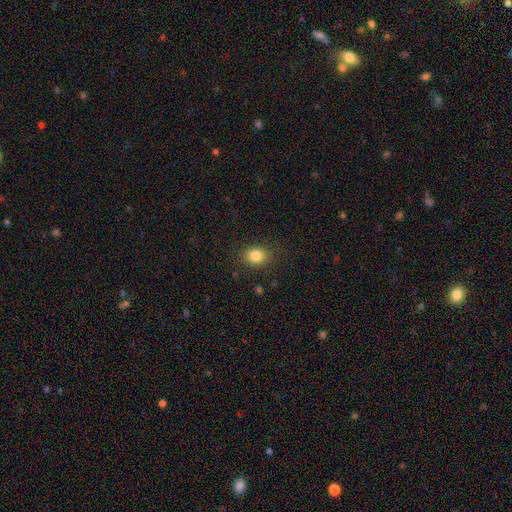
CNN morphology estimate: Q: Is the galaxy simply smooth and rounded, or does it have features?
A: smooth — 84%.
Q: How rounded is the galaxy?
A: in between — 56%.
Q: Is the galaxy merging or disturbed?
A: none — 85%.